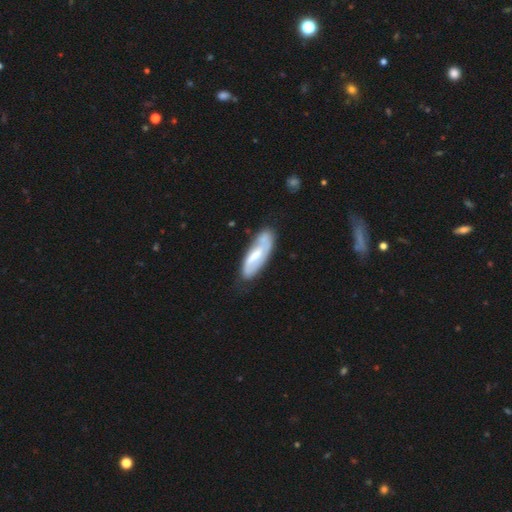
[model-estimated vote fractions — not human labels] This is likely a featured or disk galaxy (61%). It is clearly not viewed edge-on (86%). Bar: marginally weak (43%). Spiral arm pattern: likely yes (79%). Central bulge: marginally moderate (43%). Merging: likely none (64%).